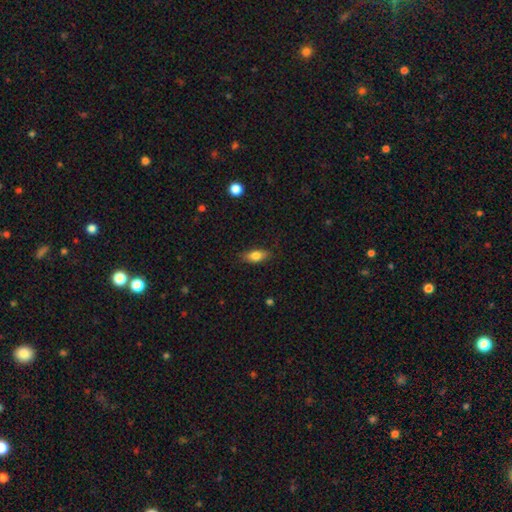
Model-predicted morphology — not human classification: smooth 78%, featured or disk 15%, star or artifact 8%. Down the decision tree: how rounded — in between (82%); merging — none (83%).